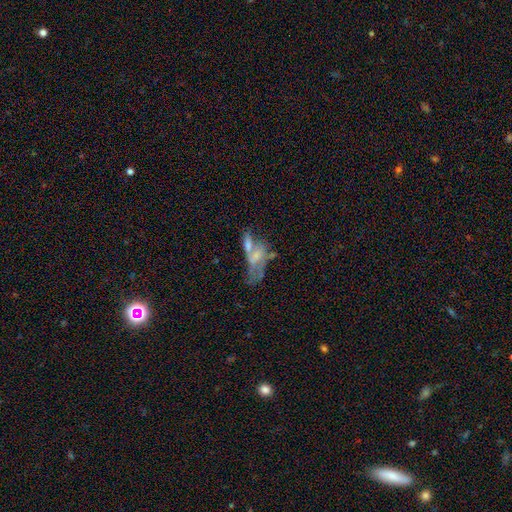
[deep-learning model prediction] The model was most divided on "smooth or featured": featured or disk: 48%, smooth: 41%, star or artifact: 12%. Remaining: merging — merger (49%).